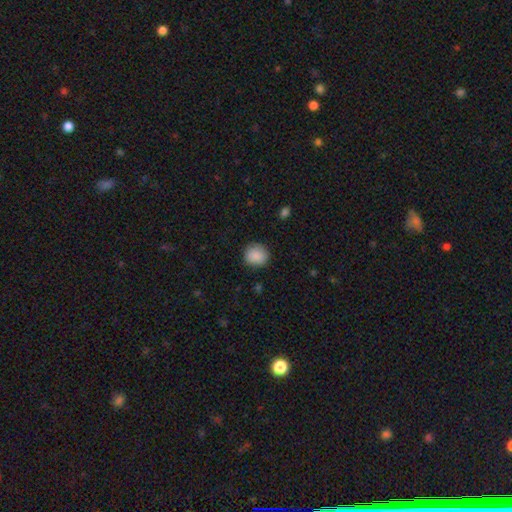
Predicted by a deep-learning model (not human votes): A smooth galaxy with no disk features (89%) that is round (86%). Merging: none (87%).